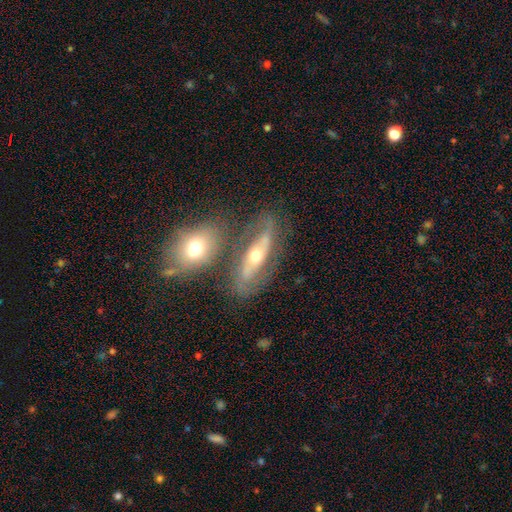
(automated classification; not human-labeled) Smooth or featured? featured or disk (67%)
Edge-on disk? no (73%)
Merging? none (57%)